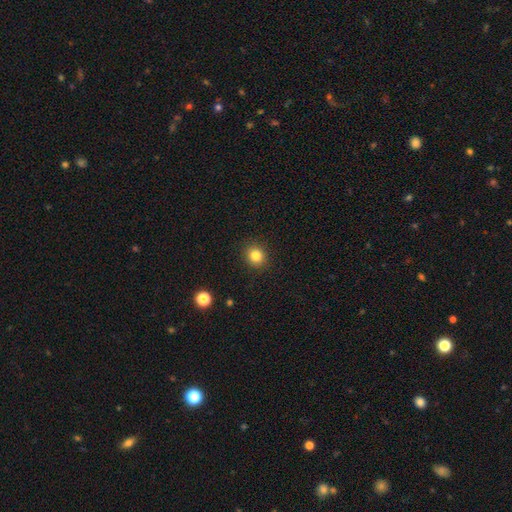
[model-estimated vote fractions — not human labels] Smooth or featured? Predicted: smooth (p=0.83). How rounded? Predicted: round (p=0.83). Merging? Predicted: none (p=0.91).